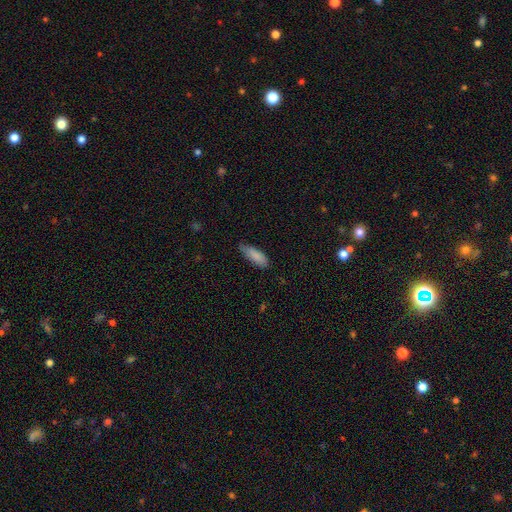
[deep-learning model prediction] smooth-or-featured: smooth: 85% | featured or disk: 9% | star or artifact: 6%
  how-rounded: in between: 64% | cigar-shaped: 34% | round: 2%
  merging: none: 62% | minor disturbance: 32% | major disturbance: 5% | merger: 1%